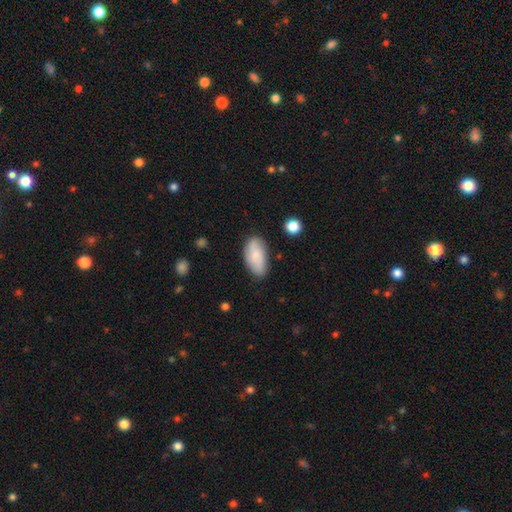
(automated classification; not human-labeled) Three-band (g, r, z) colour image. It shows a smooth galaxy with no disk features (73%) that is in between round and cigar-shaped (92%). Merging: none (74%).